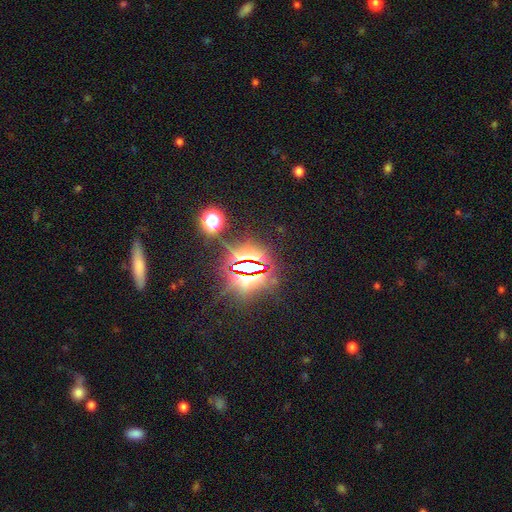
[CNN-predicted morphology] This is clearly a star or artifact rather than a galaxy (81%).